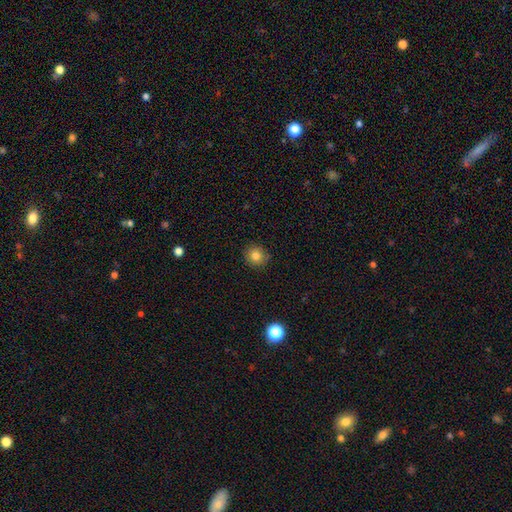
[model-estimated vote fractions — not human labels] A smooth galaxy with no disk features (82%) that is round (91%).

Vote fractions:
- Smooth or featured? smooth: 82% / star or artifact: 12% / featured or disk: 6%
- How rounded? round: 91% / in between: 8% / cigar-shaped: 1%
- Merging? none: 87% / minor disturbance: 9% / major disturbance: 2% / merger: 1%